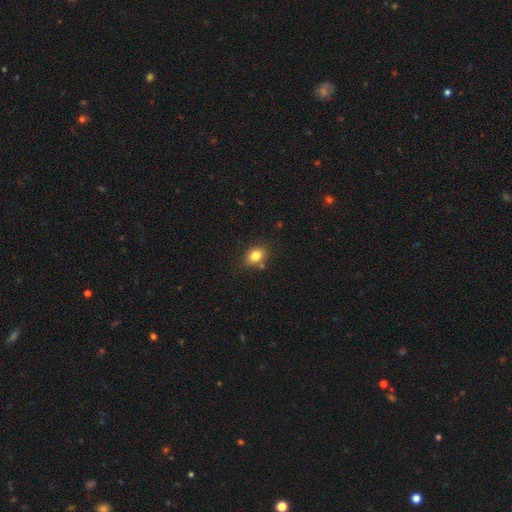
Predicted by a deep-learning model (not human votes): This appears to be a smooth galaxy with no disk features (82%) that is in between round and cigar-shaped (56%). Merging: none (78%).